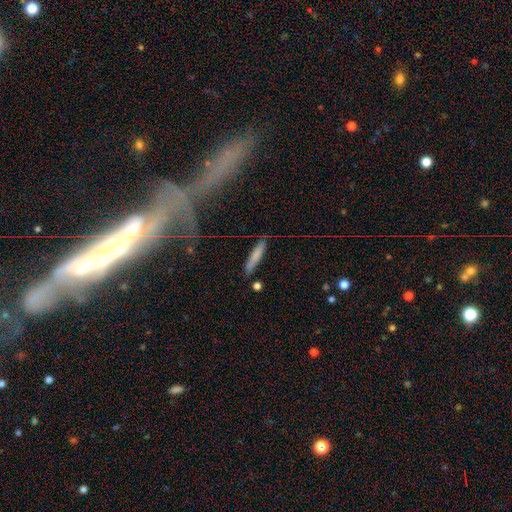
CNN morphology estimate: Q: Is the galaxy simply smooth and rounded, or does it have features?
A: smooth — 75%.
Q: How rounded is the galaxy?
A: cigar-shaped — 89%.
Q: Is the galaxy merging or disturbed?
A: none — 80%.